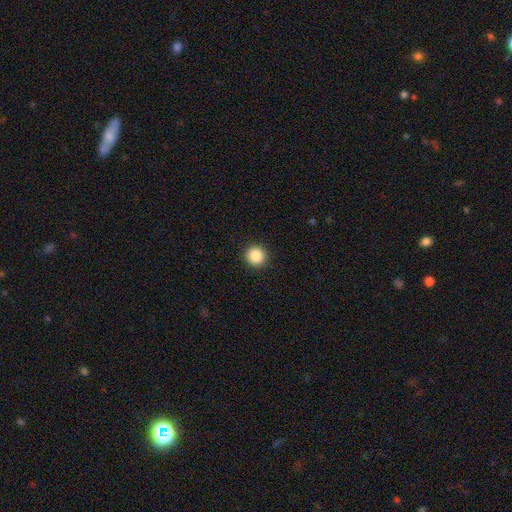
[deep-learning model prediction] Smooth or featured? smooth (87%)
How rounded? round (95%)
Merging? none (93%)